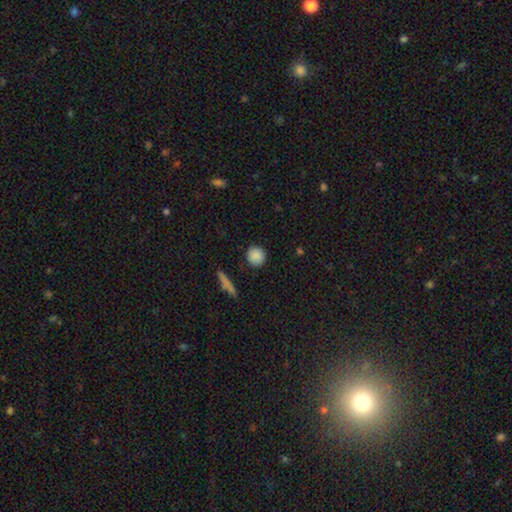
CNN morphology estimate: Smooth or featured?
  - smooth: 87% *
  - star or artifact: 8%
  - featured or disk: 4%
How rounded?
  - round: 90% *
  - in between: 8%
  - cigar-shaped: 2%
Merging?
  - none: 89% *
  - minor disturbance: 7%
  - major disturbance: 2%
  - merger: 2%